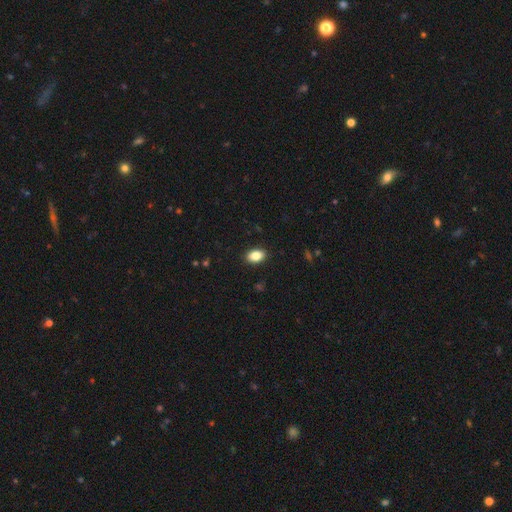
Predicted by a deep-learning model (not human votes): Smooth or featured? Predicted: smooth (p=0.85). How rounded? Predicted: in between (p=0.87). Merging? Predicted: none (p=0.90).